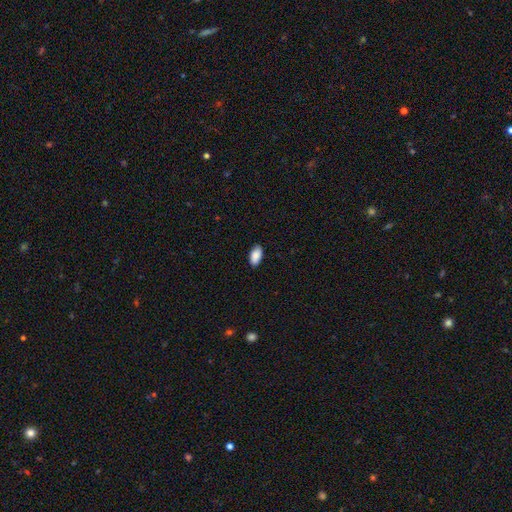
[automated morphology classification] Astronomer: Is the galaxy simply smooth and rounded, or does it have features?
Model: smooth — 88%.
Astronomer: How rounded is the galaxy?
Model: in between — 95%.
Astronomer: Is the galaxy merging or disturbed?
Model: none — 86%.